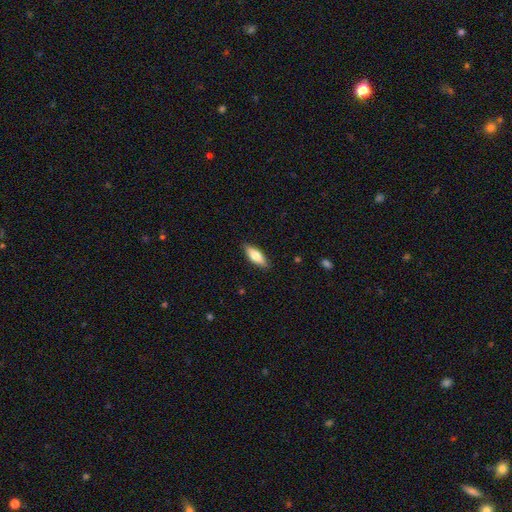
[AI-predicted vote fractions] A smooth galaxy with no disk features (72%) that is in between round and cigar-shaped (70%).

Vote fractions:
- Smooth or featured? smooth: 72% / featured or disk: 22% / star or artifact: 6%
- How rounded? in between: 70% / cigar-shaped: 27% / round: 2%
- Merging? none: 87% / minor disturbance: 10% / major disturbance: 2% / merger: 1%